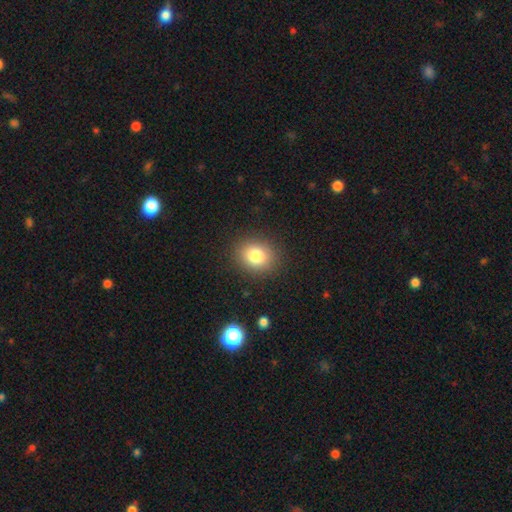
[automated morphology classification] type=smooth (81%); roundness=round (68%); merging=none (88%).